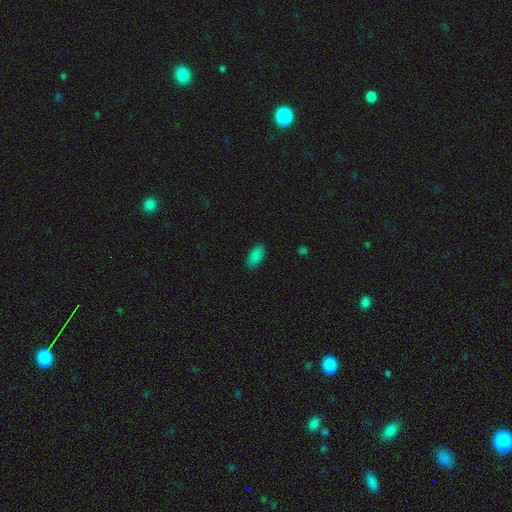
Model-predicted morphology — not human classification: This appears to be a smooth galaxy with no disk features (87%) that is in between round and cigar-shaped (93%). Merging: none (86%).